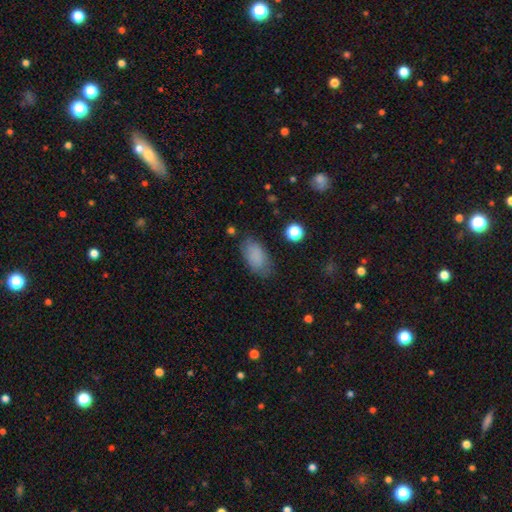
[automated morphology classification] smooth-or-featured: smooth: 83% | star or artifact: 9% | featured or disk: 8%
  how-rounded: in between: 92% | round: 5% | cigar-shaped: 3%
  merging: none: 74% | minor disturbance: 19% | major disturbance: 5% | merger: 2%